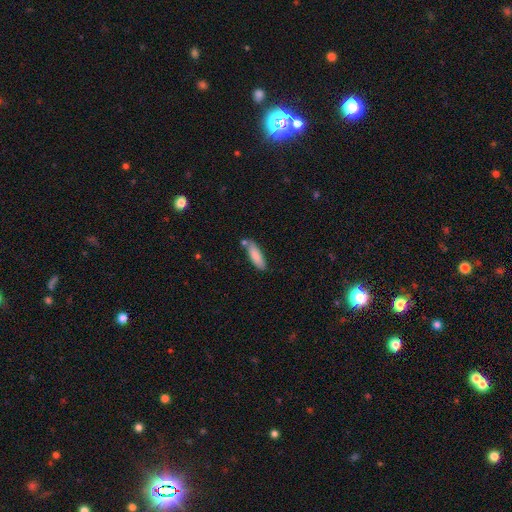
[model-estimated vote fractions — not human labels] Smooth or featured? smooth (83%)
How rounded? cigar-shaped (53%)
Merging? none (71%)